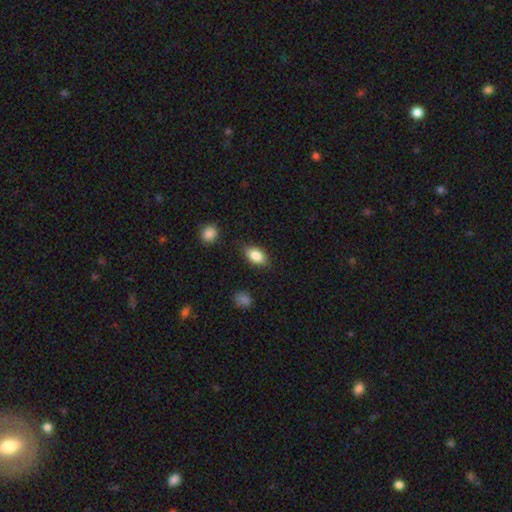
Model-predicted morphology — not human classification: This appears to be a smooth galaxy with no disk features (84%) that is in between round and cigar-shaped (88%). Merging: none (82%).